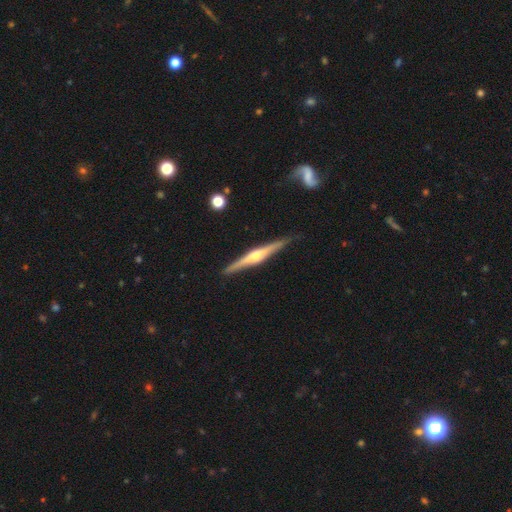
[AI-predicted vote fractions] The model was most divided on "smooth or featured": featured or disk: 79%, smooth: 16%, star or artifact: 5%. More confident: edge-on disk — yes (98%); edge-on bulge — rounded (90%); merging — none (88%).